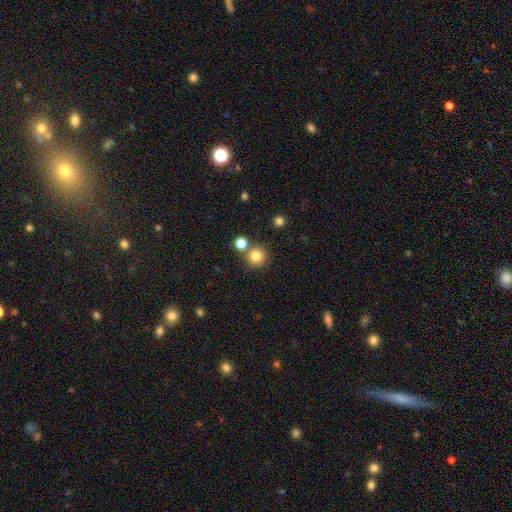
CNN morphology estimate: The model was most divided on "merging": none: 75%, merger: 15%, minor disturbance: 7%, major disturbance: 3%. More confident: how rounded — round (94%); smooth or featured — smooth (81%).